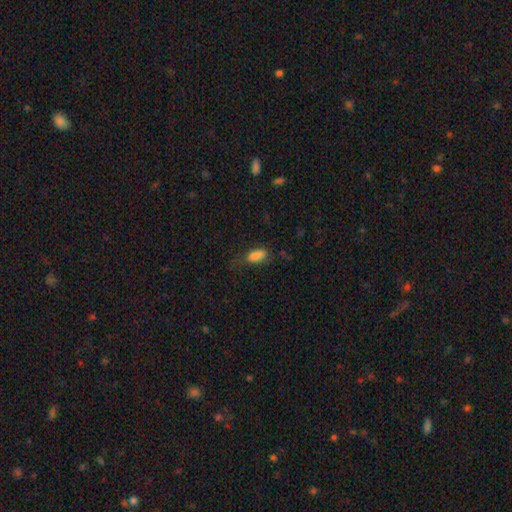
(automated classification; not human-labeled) A smooth galaxy with no disk features (83%) that is in between round and cigar-shaped (82%). Merging: none (51%).